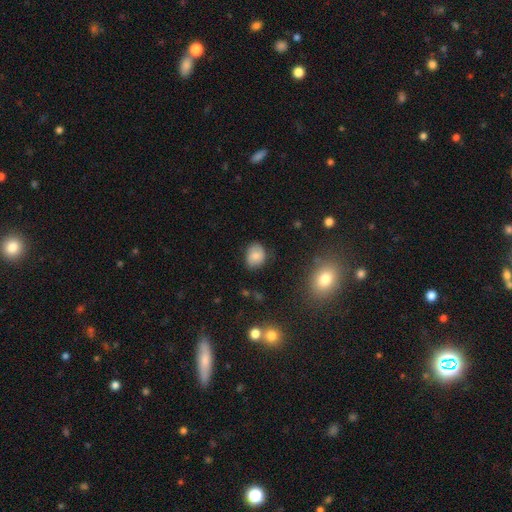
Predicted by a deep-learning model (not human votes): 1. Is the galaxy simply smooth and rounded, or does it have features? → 75% smooth, 15% featured or disk, 10% star or artifact.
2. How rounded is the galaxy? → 54% in between, 45% round, 1% cigar-shaped.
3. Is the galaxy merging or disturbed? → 77% none, 18% minor disturbance, 4% major disturbance, 2% merger.